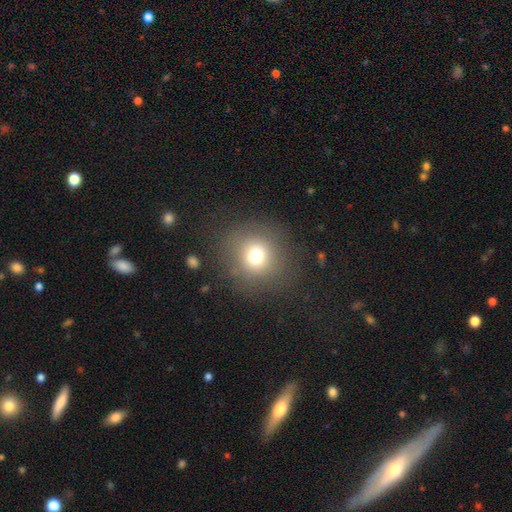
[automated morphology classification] smooth-or-featured: smooth: 72% | star or artifact: 16% | featured or disk: 12%
  how-rounded: round: 91% | in between: 8% | cigar-shaped: 1%
  merging: none: 83% | minor disturbance: 9% | major disturbance: 6% | merger: 2%